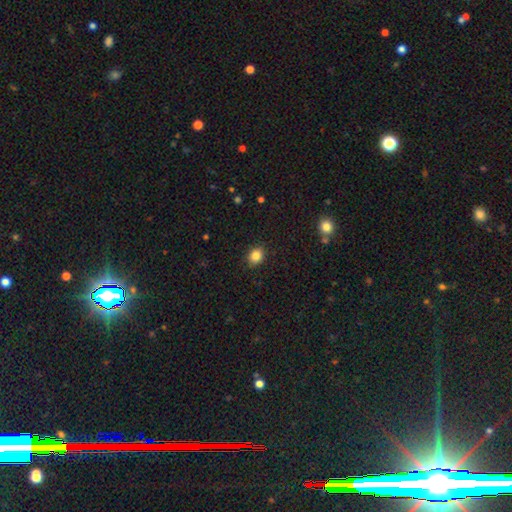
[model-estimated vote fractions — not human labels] Smooth or featured? Predicted: smooth (p=0.85). How rounded? Predicted: round (p=0.51). Merging? Predicted: none (p=0.89).